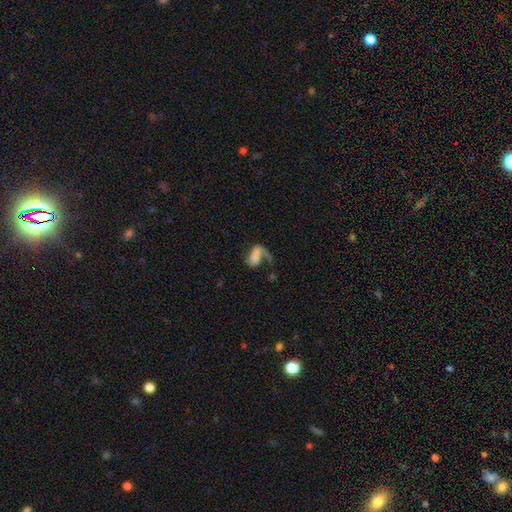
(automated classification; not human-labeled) smooth-or-featured: featured or disk: 52% | smooth: 37% | star or artifact: 11%
  disk-edge-on: no: 96% | yes: 4%
    bar: no: 59% | weak: 25% | strong: 15%
    has-spiral-arms: yes: 72% | no: 28%
    bulge-size: none: 56% | small: 17% | moderate: 12% | large: 10% | dominant: 5%
  merging: major disturbance: 42% | none: 30% | minor disturbance: 14% | merger: 13%